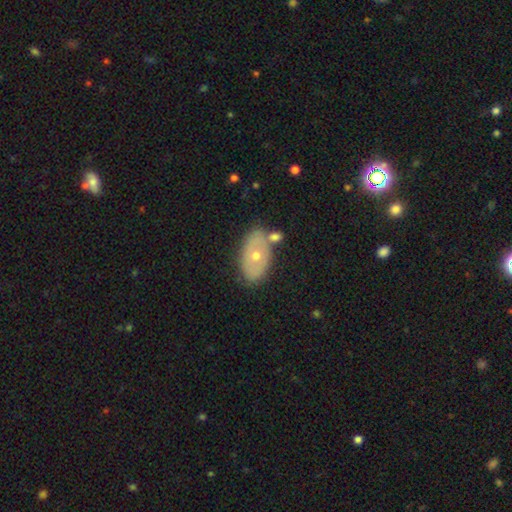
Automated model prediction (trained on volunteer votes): Morphology: type=smooth (47%); merging=none (70%).